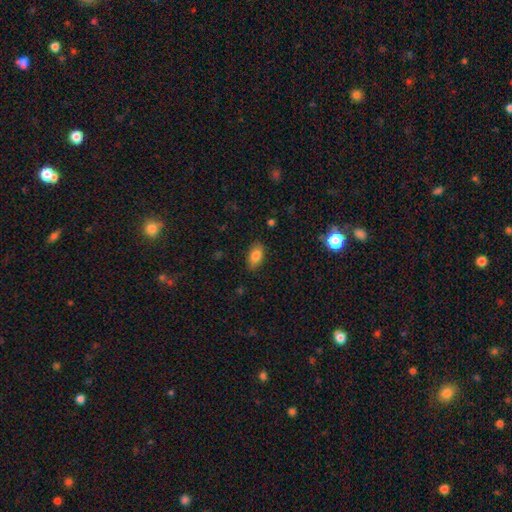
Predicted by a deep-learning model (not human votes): Smooth or featured?
  - smooth: 82% *
  - featured or disk: 10%
  - star or artifact: 8%
How rounded?
  - in between: 90% *
  - round: 7%
  - cigar-shaped: 4%
Merging?
  - none: 85% *
  - minor disturbance: 11%
  - major disturbance: 2%
  - merger: 1%